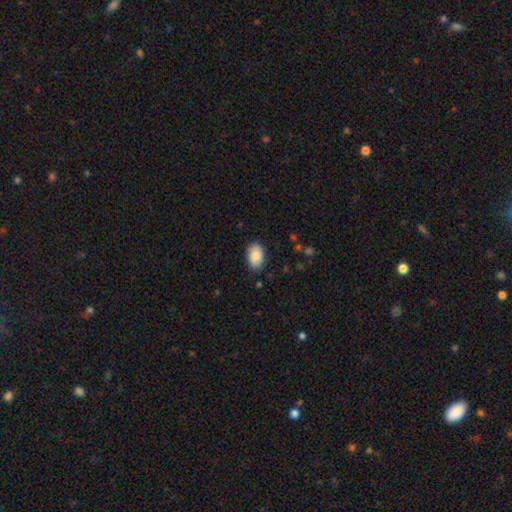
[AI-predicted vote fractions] smooth-or-featured: smooth: 86% | featured or disk: 8% | star or artifact: 6%
  how-rounded: in between: 90% | round: 9% | cigar-shaped: 1%
  merging: none: 86% | minor disturbance: 11% | major disturbance: 2% | merger: 1%